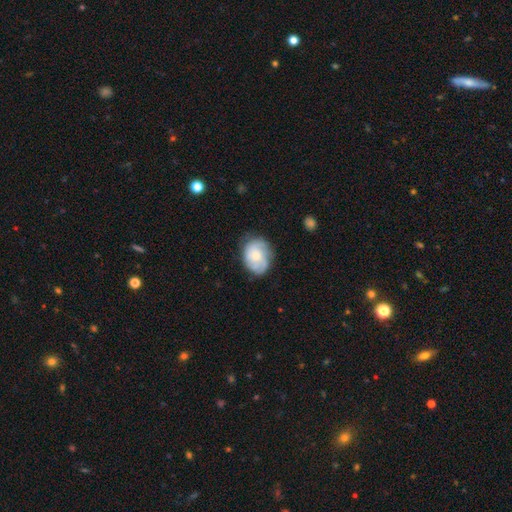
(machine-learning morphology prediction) Smooth or featured? featured or disk (53%)
Edge-on disk? no (97%)
Bar? no (79%)
Spiral arms? yes (79%)
Bulge size? small (48%)
Merging? none (65%)